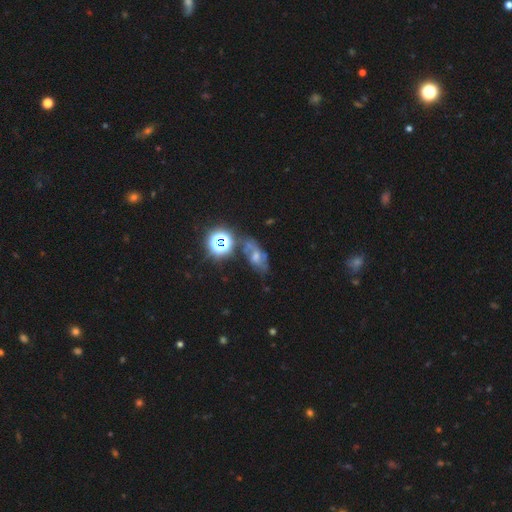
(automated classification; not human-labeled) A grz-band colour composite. It shows a featured or disk galaxy (45%). Merging: none (49%).